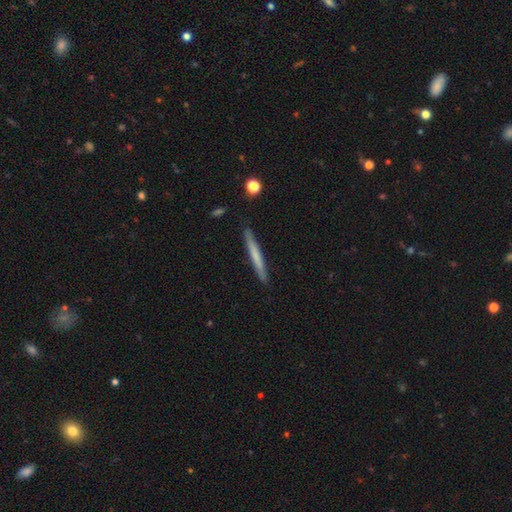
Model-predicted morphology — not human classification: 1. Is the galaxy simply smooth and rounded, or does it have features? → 63% smooth, 32% featured or disk, 6% star or artifact.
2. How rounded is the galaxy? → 97% cigar-shaped, 2% in between, 1% round.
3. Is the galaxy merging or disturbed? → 89% none, 8% minor disturbance, 2% major disturbance, 1% merger.